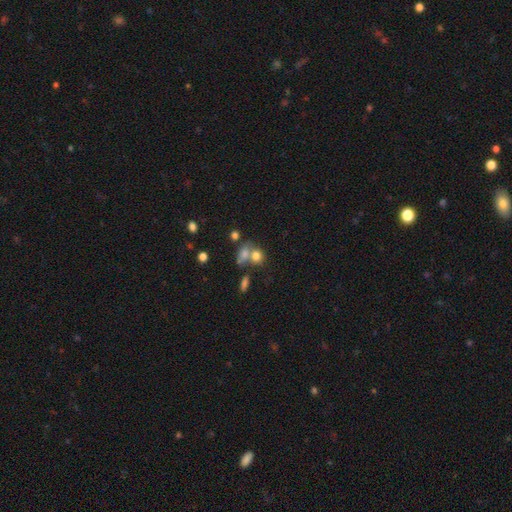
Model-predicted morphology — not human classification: smooth_or_featured: smooth (p=0.74) [alt: star or artifact p=0.13]
how_rounded: round (p=0.60) [alt: in between p=0.39]
merging: merger (p=0.45) [alt: none p=0.37]